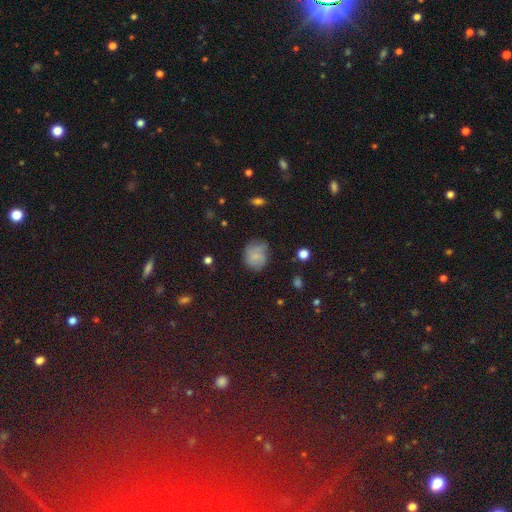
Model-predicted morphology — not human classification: A smooth galaxy with no disk features (68%) that is round (68%). Merging: none (59%).